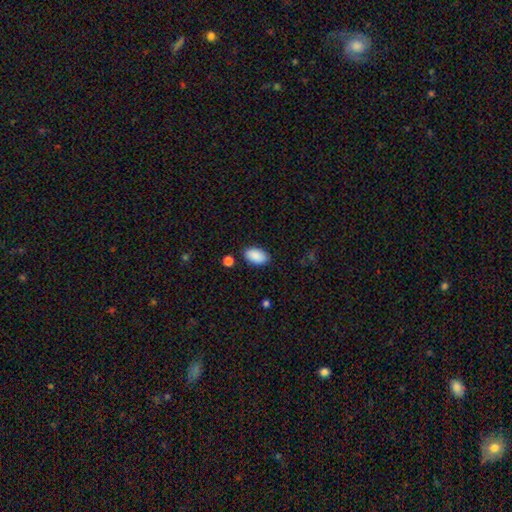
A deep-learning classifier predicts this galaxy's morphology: type=smooth (90%); roundness=in between (94%); merging=none (84%).